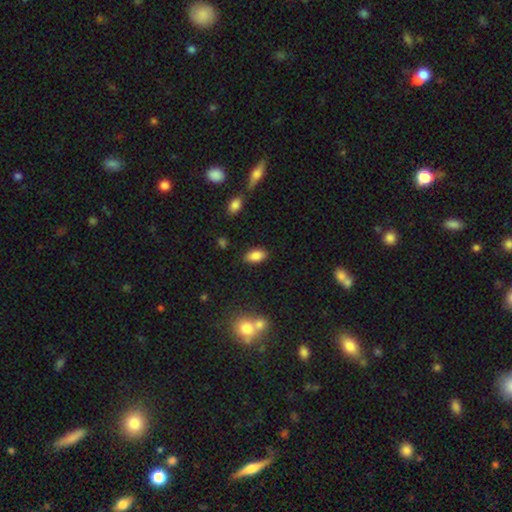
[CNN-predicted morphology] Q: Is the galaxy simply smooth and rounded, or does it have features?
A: smooth — 85%.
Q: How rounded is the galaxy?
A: in between — 92%.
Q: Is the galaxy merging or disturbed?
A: none — 85%.